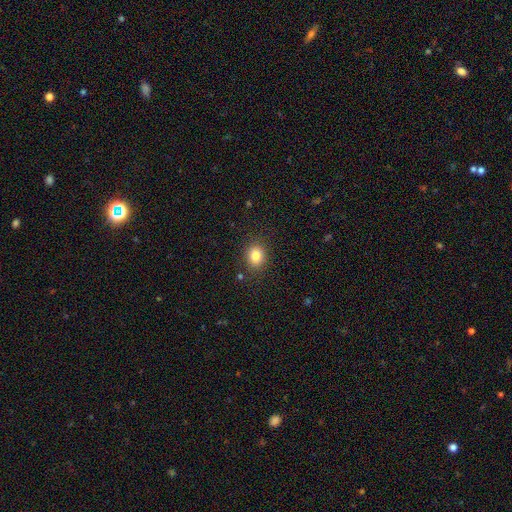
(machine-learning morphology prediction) smooth_or_featured: smooth (p=0.83) [alt: star or artifact p=0.11]
how_rounded: round (p=0.58) [alt: in between p=0.41]
merging: none (p=0.85) [alt: minor disturbance p=0.10]